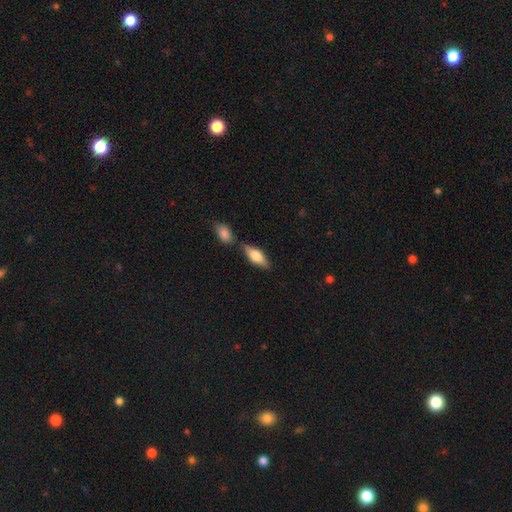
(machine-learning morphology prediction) smooth_or_featured: smooth (p=0.58) [alt: featured or disk p=0.36]
how_rounded: in between (p=0.67) [alt: cigar-shaped p=0.30]
merging: none (p=0.65) [alt: merger p=0.19]